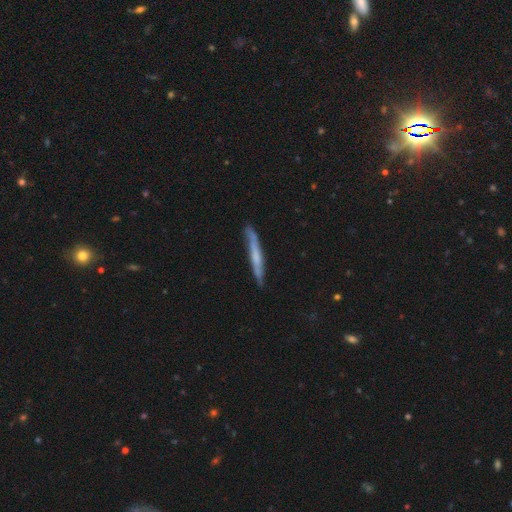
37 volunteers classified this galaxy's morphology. Overall: smooth (54%; featured or disk 38%). How rounded: cigar-shaped (100%). Merging: none (65%; minor disturbance 29%).